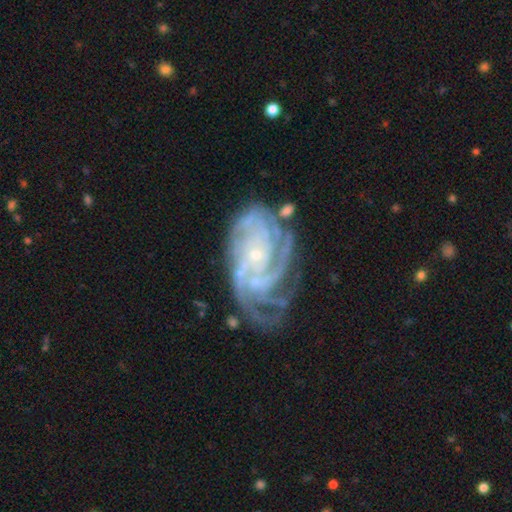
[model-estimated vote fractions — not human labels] Overall: featured or disk (90%). Edge-on disk: no (97%). Bar: no (71%). Spiral arms: yes (98%). Spiral arm count: 4 (37%; 3 18%). Spiral winding: tight (70%). Bulge size: small (83%). Merging: none (60%; minor disturbance 24%).